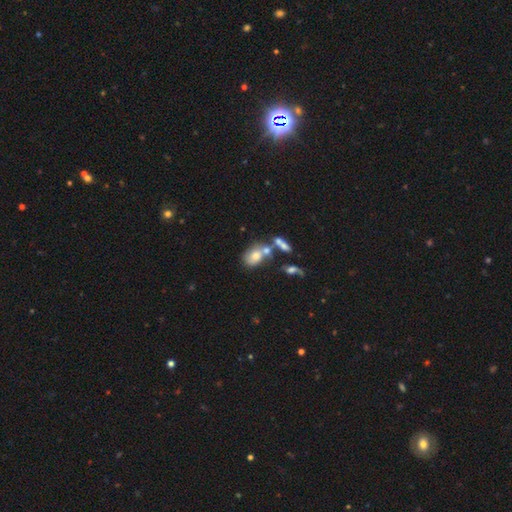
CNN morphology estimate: This appears to be a smooth galaxy with no disk features (63%) that is in between round and cigar-shaped (69%). Merging: merger (42%).